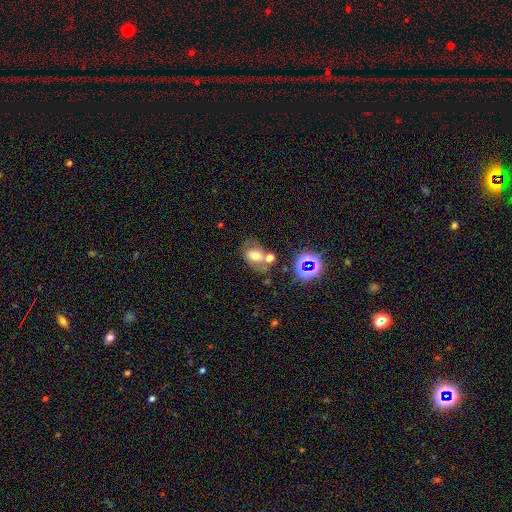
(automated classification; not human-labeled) A smooth galaxy with no disk features (53%) that is in between round and cigar-shaped (68%). Merging: none (47%).